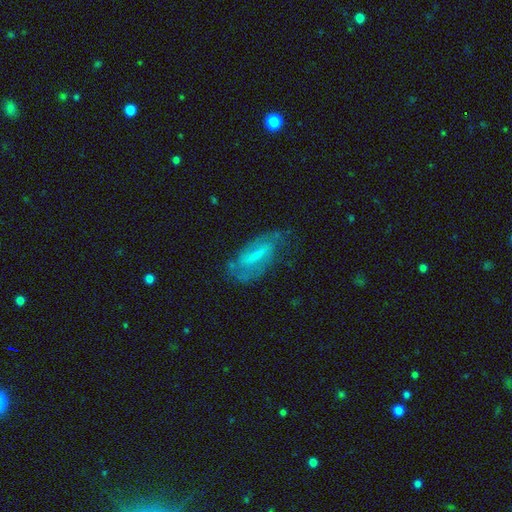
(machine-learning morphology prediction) The model was most divided on "bar": strong: 42%, weak: 40%, no: 18%. Remaining: edge-on disk — no (88%); spiral arms — yes (74%); smooth or featured — featured or disk (59%); merging — none (59%); bulge size — none (40%).